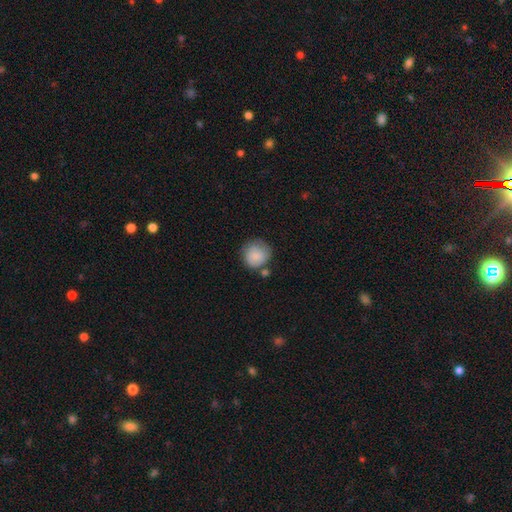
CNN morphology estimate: Smooth or featured?
  - smooth: 81% *
  - featured or disk: 13%
  - star or artifact: 7%
How rounded?
  - round: 88% *
  - in between: 11%
  - cigar-shaped: 1%
Merging?
  - none: 61% *
  - minor disturbance: 21%
  - merger: 11%
  - major disturbance: 7%